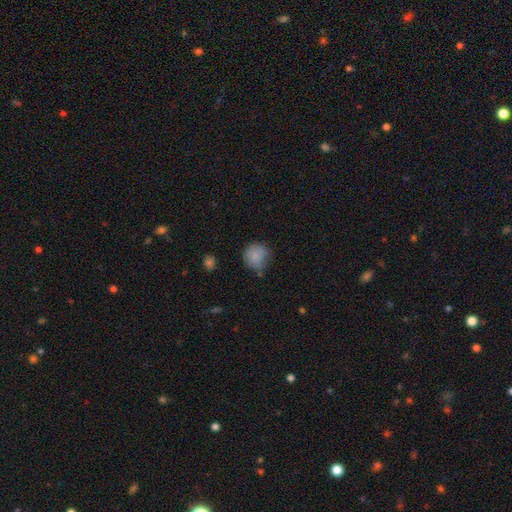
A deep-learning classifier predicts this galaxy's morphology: Smooth or featured? Predicted: smooth (p=0.82). How rounded? Predicted: round (p=0.88). Merging? Predicted: none (p=0.67).